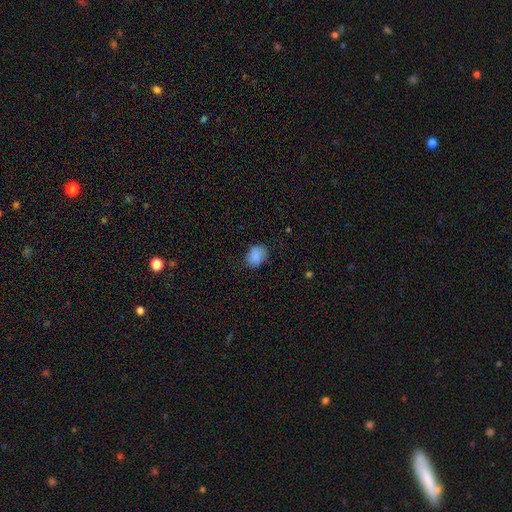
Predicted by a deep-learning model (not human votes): This is clearly a smooth galaxy (87%). How rounded: possibly in between (55%). Merging: likely none (75%).